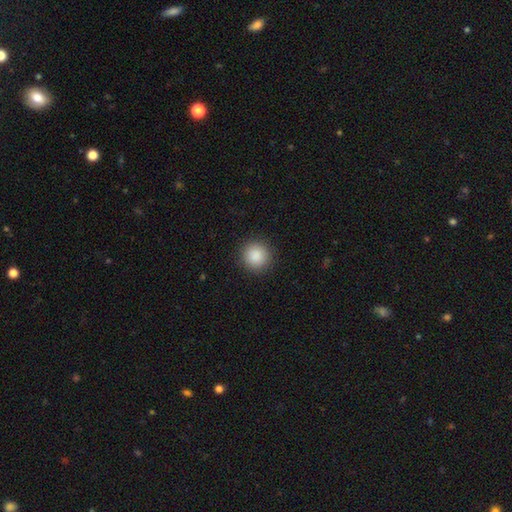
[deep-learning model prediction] Q: Smooth or featured?
A: smooth (89%); runner-up: star or artifact (8%)
Q: How rounded?
A: round (95%); runner-up: in between (5%)
Q: Merging?
A: none (92%); runner-up: minor disturbance (5%)